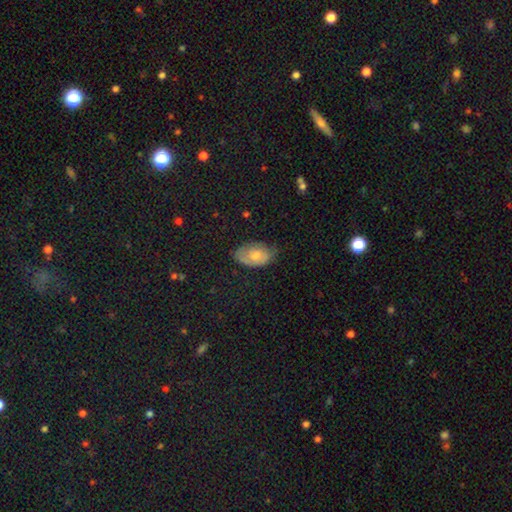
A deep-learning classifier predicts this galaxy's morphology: Overall: smooth (56%; featured or disk 33%). How rounded: in between (89%). Merging: none (61%; minor disturbance 29%).